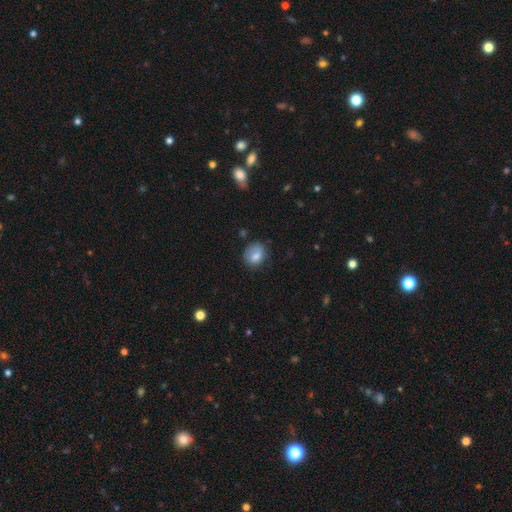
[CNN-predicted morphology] smooth_or_featured: smooth (p=0.77) [alt: featured or disk p=0.14]
how_rounded: round (p=0.53) [alt: in between p=0.46]
merging: none (p=0.64) [alt: minor disturbance p=0.25]